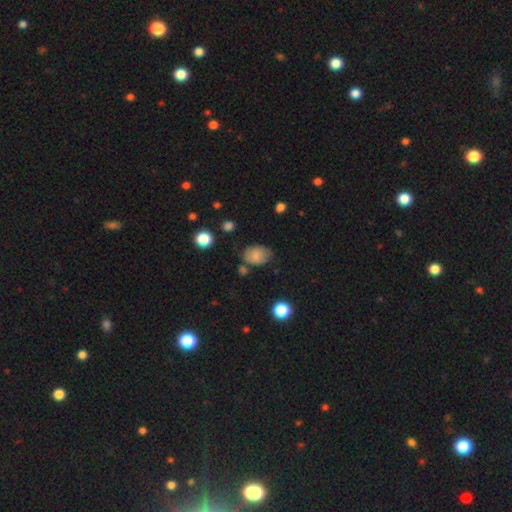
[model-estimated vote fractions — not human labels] Morphology: type=smooth (78%); roundness=in between (70%); merging=none (62%).